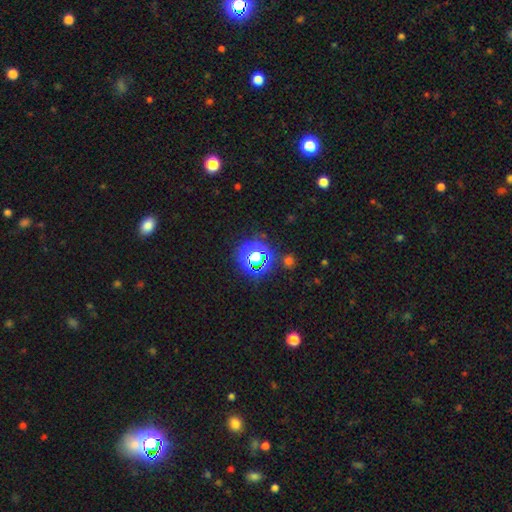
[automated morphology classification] smooth_or_featured: star or artifact (p=0.66) [alt: smooth p=0.25]